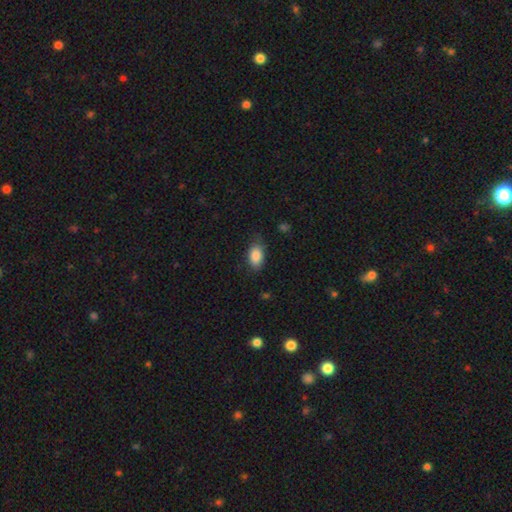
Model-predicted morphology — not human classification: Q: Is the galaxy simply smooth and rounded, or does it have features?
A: smooth — 86%.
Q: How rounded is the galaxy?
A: in between — 90%.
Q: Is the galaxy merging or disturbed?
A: none — 73%.